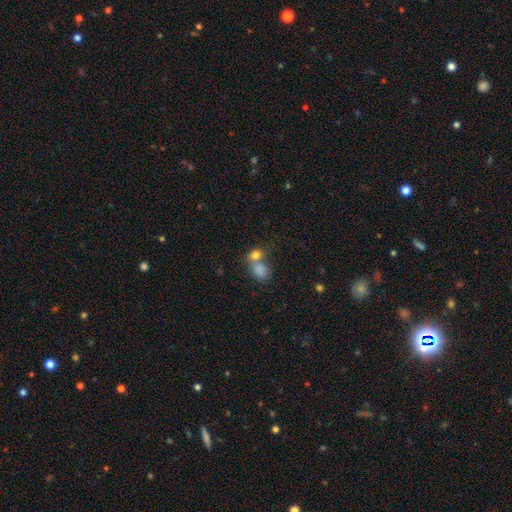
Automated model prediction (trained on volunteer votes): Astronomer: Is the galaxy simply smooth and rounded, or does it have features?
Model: smooth — 81%.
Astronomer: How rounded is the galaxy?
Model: in between — 53% (runner-up: round, 45%).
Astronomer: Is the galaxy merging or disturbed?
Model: merger — 52% (runner-up: none, 34%).